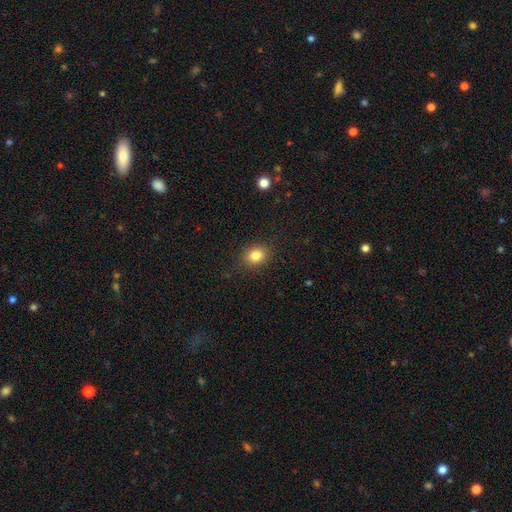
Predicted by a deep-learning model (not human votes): A smooth galaxy with no disk features (83%) that is round (53%).

Vote fractions:
- Smooth or featured? smooth: 83% / star or artifact: 11% / featured or disk: 7%
- How rounded? round: 53% / in between: 46% / cigar-shaped: 1%
- Merging? none: 88% / minor disturbance: 9% / major disturbance: 2% / merger: 1%